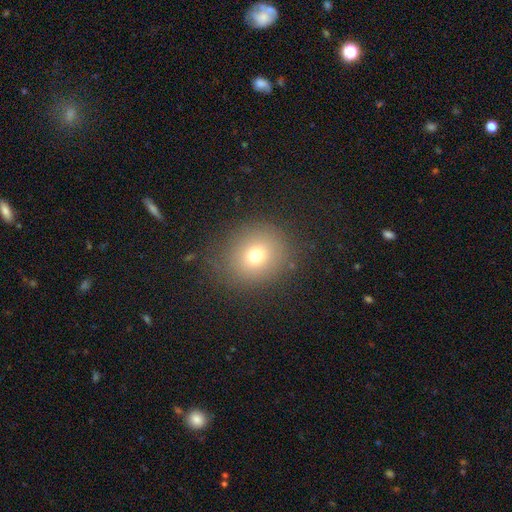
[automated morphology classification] This is likely a smooth galaxy (71%). How rounded: clearly round (81%). Merging: clearly none (82%).